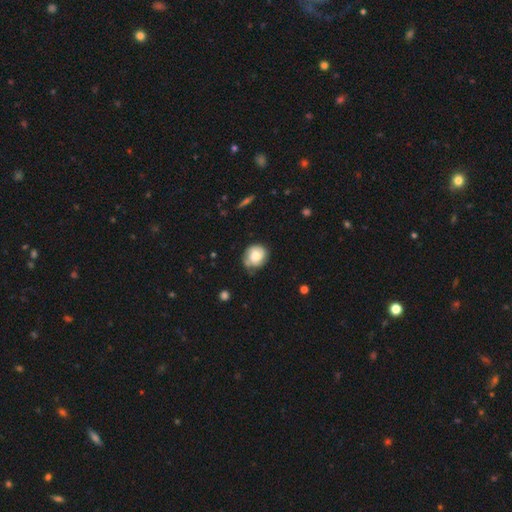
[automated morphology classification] Overall: smooth (53%; featured or disk 40%). How rounded: round (78%). Merging: none (62%; minor disturbance 28%).